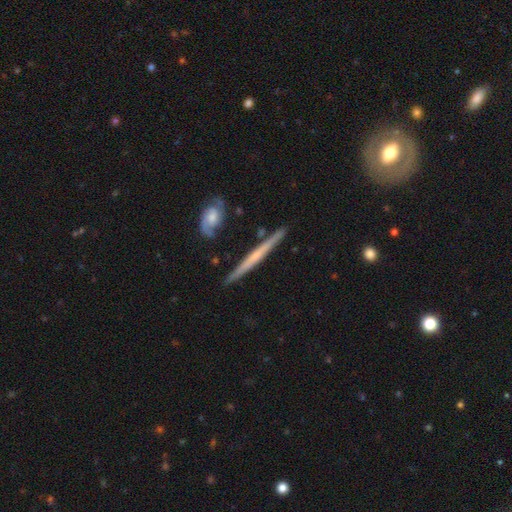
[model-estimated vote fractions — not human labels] A featured or disk galaxy (66%) viewed edge-on (96%) with no central bulge (67%). Merging: none (86%).